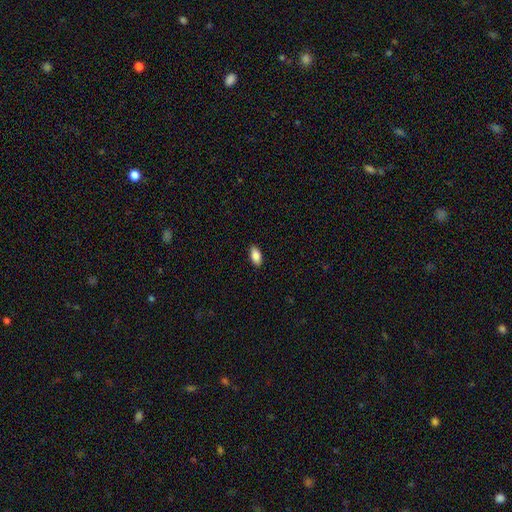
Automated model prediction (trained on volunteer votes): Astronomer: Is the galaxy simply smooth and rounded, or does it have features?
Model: smooth — 86%.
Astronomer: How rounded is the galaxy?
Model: in between — 91%.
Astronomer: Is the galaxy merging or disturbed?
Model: none — 89%.